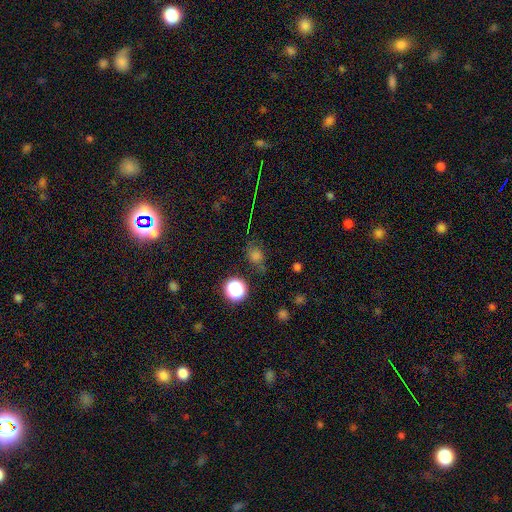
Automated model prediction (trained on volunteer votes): smooth-or-featured: smooth: 66% | star or artifact: 26% | featured or disk: 7%
  how-rounded: round: 60% | in between: 37% | cigar-shaped: 2%
  merging: none: 70% | minor disturbance: 20% | major disturbance: 7% | merger: 3%